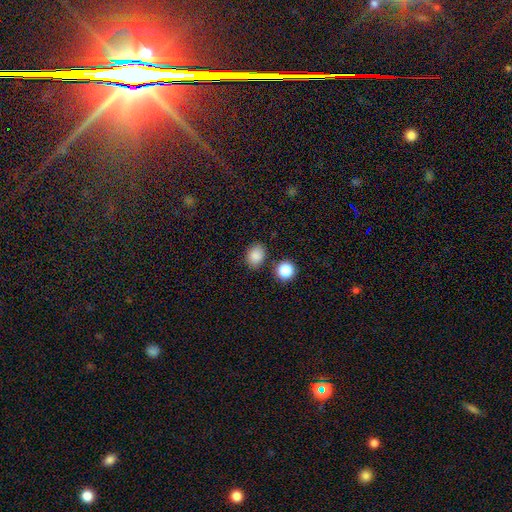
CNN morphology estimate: Smooth or featured: smooth — 86% (star or artifact — 9%)
How rounded: in between — 57% (round — 42%)
Merging: none — 78% (minor disturbance — 12%)